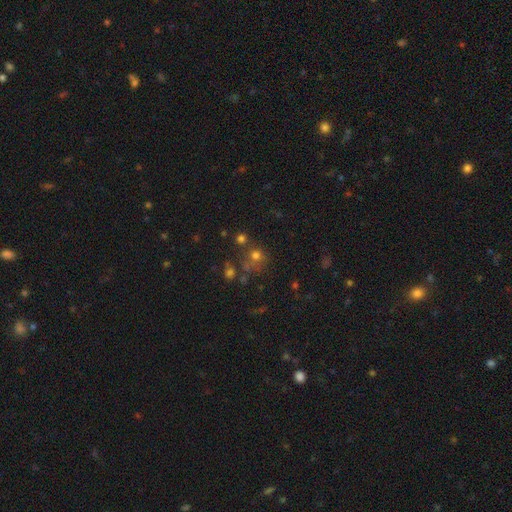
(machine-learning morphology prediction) smooth 65%, star or artifact 23%, featured or disk 12%. Down the decision tree: how rounded — round (85%); merging — none (56%).